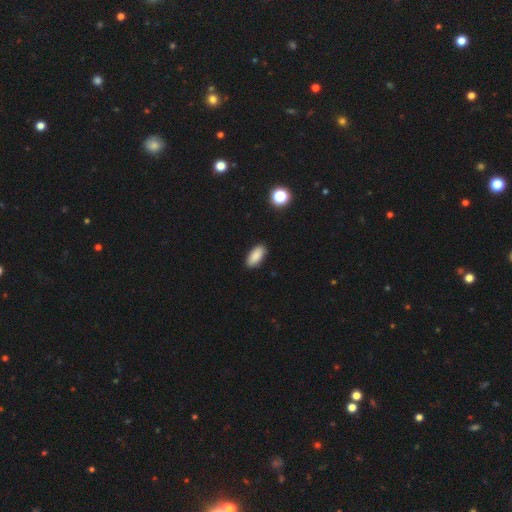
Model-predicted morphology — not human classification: Smooth or featured: smooth — 88% (star or artifact — 7%)
How rounded: in between — 89% (cigar-shaped — 9%)
Merging: none — 89% (minor disturbance — 8%)